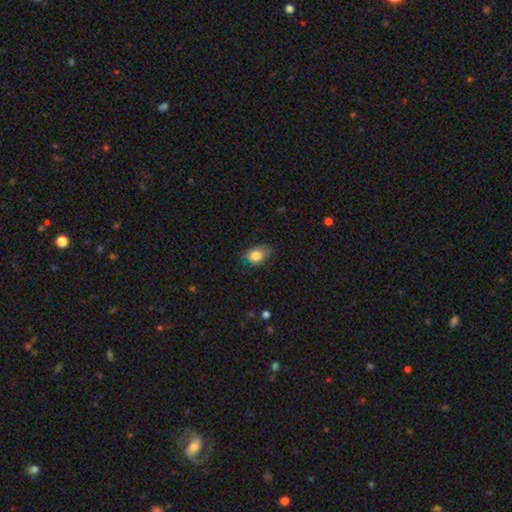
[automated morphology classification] smooth_or_featured: smooth (p=0.82) [alt: featured or disk p=0.10]
how_rounded: in between (p=0.82) [alt: round p=0.16]
merging: none (p=0.61) [alt: minor disturbance p=0.30]